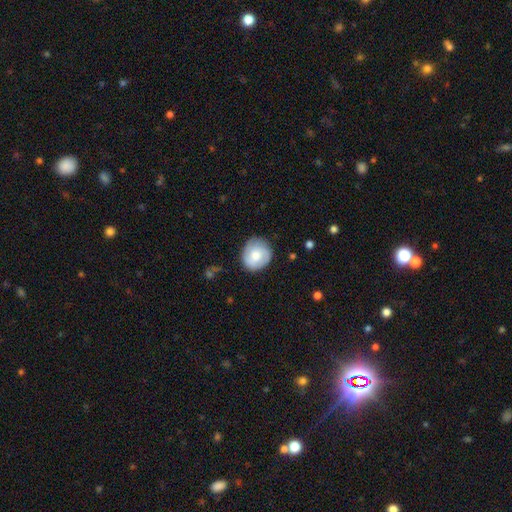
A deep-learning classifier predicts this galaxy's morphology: The model was most divided on "smooth or featured": smooth: 60%, featured or disk: 33%, star or artifact: 7%. More confident: how rounded — round (84%); merging — none (80%).